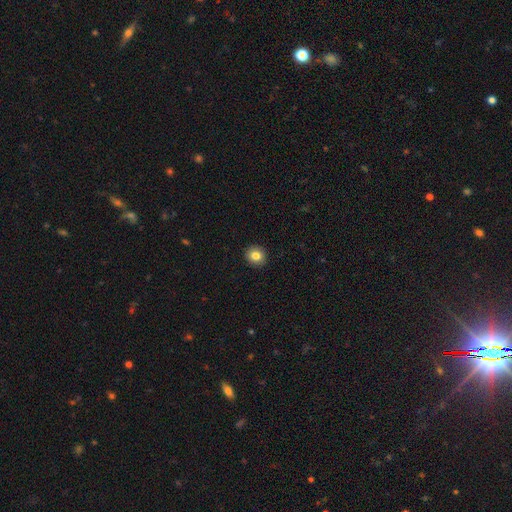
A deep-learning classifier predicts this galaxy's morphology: This is clearly a smooth galaxy (83%). How rounded: clearly round (86%). Merging: clearly none (93%).